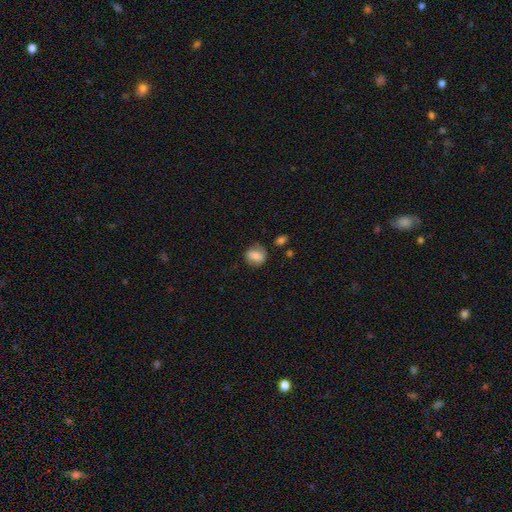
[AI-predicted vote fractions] Overall: smooth (74%). How rounded: round (60%; in between 38%). Merging: none (68%).